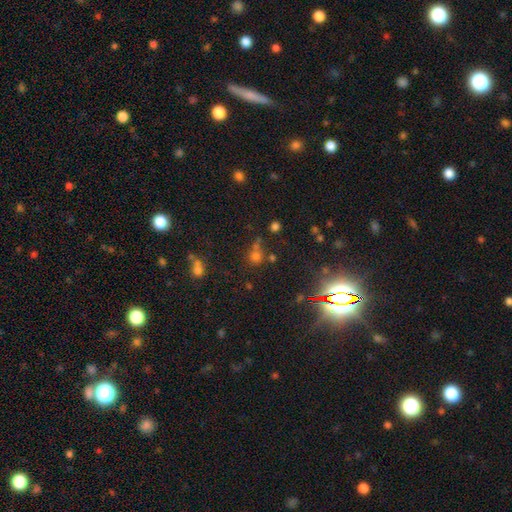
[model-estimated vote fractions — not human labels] smooth_or_featured: smooth (p=0.51) [alt: star or artifact p=0.40]
how_rounded: round (p=0.87) [alt: in between p=0.12]
merging: none (p=0.61) [alt: merger p=0.21]